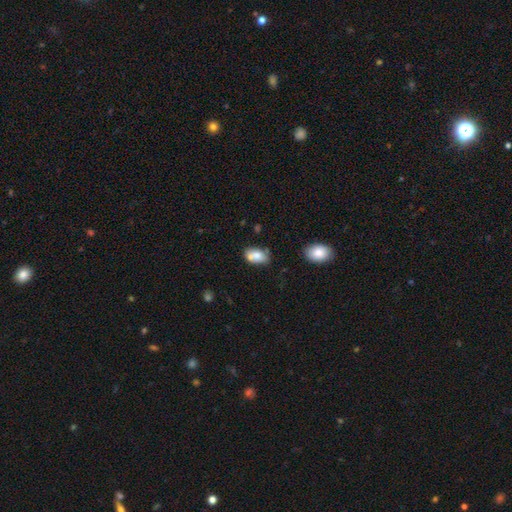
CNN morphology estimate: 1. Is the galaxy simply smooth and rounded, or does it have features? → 78% smooth, 14% featured or disk, 8% star or artifact.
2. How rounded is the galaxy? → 89% in between, 8% round, 2% cigar-shaped.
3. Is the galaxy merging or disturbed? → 54% none, 21% minor disturbance, 20% merger, 5% major disturbance.